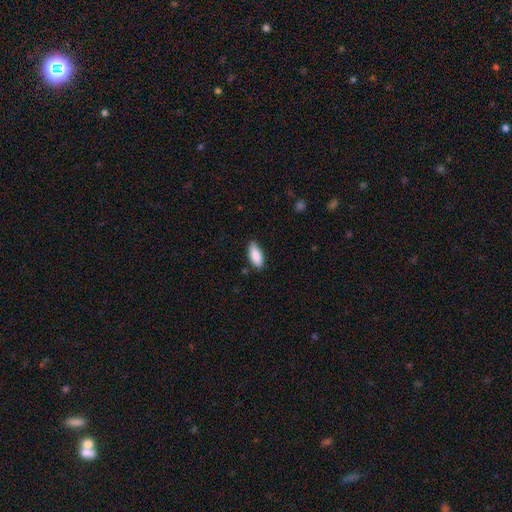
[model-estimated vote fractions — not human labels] smooth_or_featured: smooth (p=0.88) [alt: star or artifact p=0.06]
how_rounded: in between (p=0.85) [alt: cigar-shaped p=0.12]
merging: none (p=0.75) [alt: minor disturbance p=0.20]